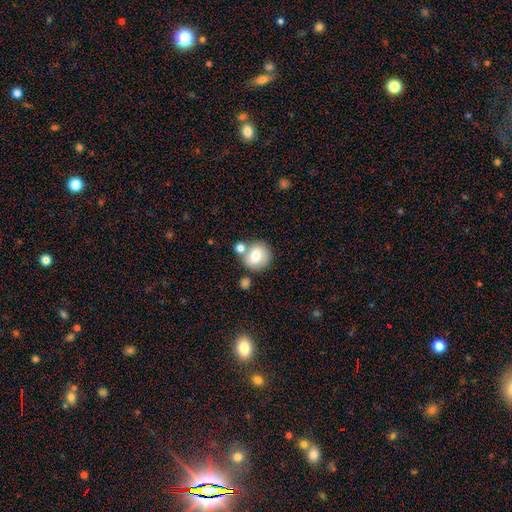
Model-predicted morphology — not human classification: This is likely a smooth galaxy (72%). How rounded: likely round (79%). Merging: possibly none (57%).